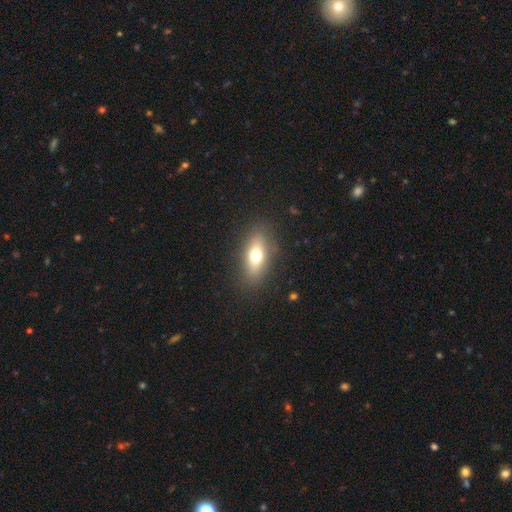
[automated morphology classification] Smooth or featured? smooth (67%)
How rounded? in between (73%)
Merging? none (86%)